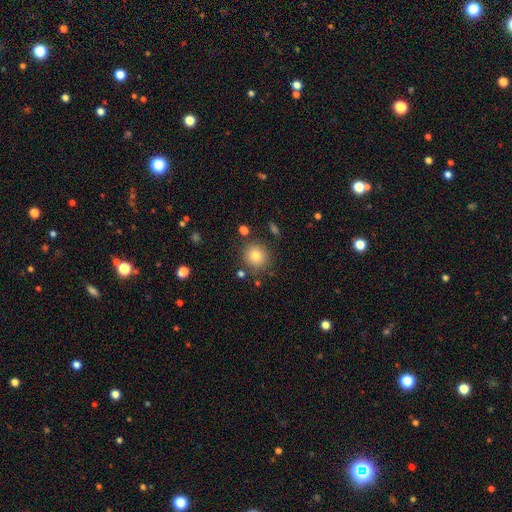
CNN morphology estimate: A smooth galaxy with no disk features (79%) that is round (91%). Merging: none (84%).